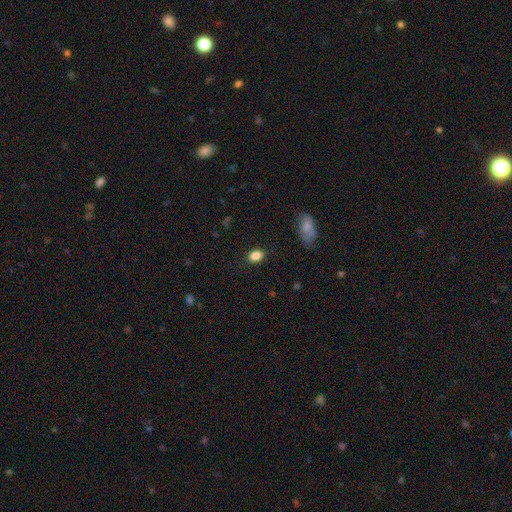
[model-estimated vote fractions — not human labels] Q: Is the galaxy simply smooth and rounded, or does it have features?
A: smooth — 86%.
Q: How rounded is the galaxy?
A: in between — 70%.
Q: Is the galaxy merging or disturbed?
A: none — 86%.